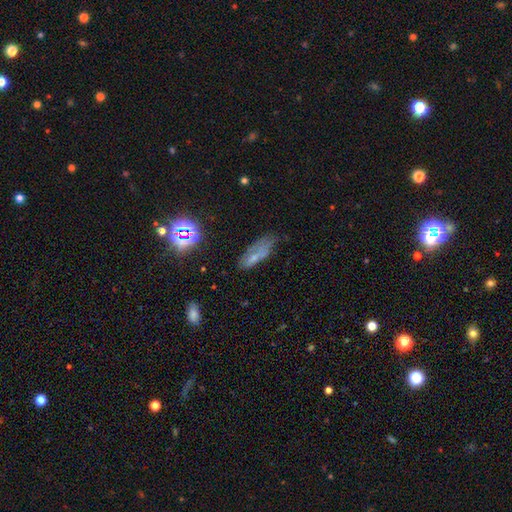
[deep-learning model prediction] This appears to be a smooth galaxy with no disk features (51%) that is in between round and cigar-shaped (61%). Merging: none (45%).